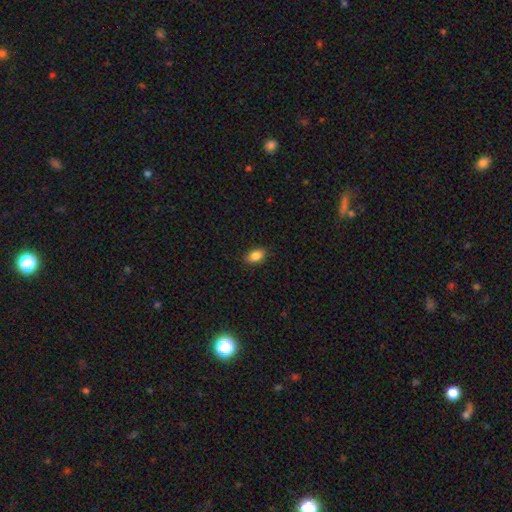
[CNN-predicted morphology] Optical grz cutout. It shows a smooth galaxy with no disk features (87%) that is in between round and cigar-shaped (84%). Merging: none (88%).